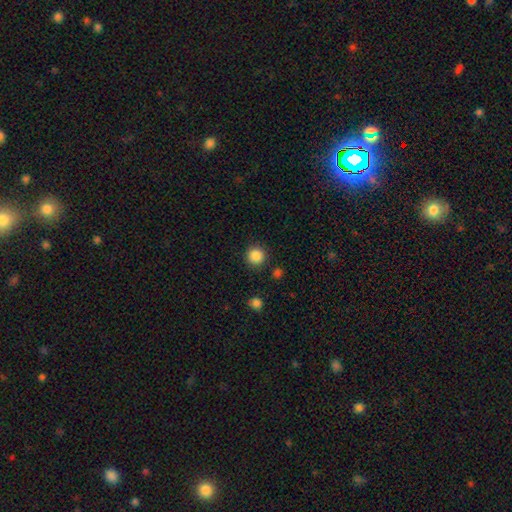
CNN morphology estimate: This is clearly a smooth galaxy (86%). How rounded: clearly round (95%). Merging: clearly none (90%).